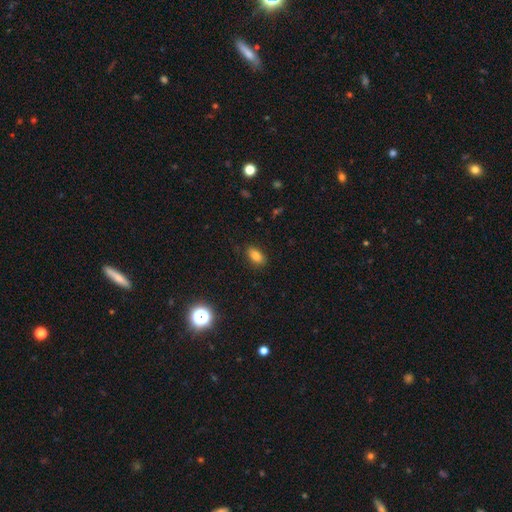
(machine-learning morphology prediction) smooth-or-featured: smooth: 83% | star or artifact: 11% | featured or disk: 6%
  how-rounded: in between: 89% | round: 7% | cigar-shaped: 4%
  merging: none: 85% | minor disturbance: 11% | major disturbance: 3% | merger: 1%